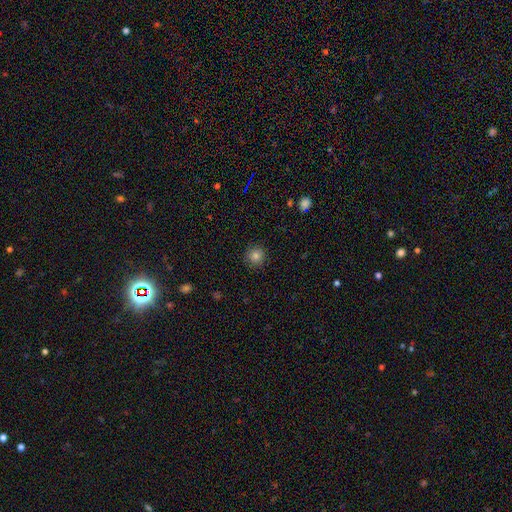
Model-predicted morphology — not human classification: Smooth or featured? smooth (82%)
How rounded? round (93%)
Merging? none (90%)